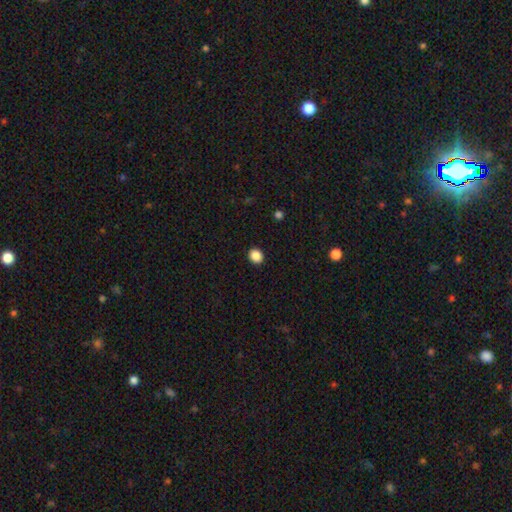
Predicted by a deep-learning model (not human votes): The model was most divided on "how rounded": round: 78%, in between: 21%, cigar-shaped: 1%. More confident: merging — none (92%); smooth or featured — smooth (88%).